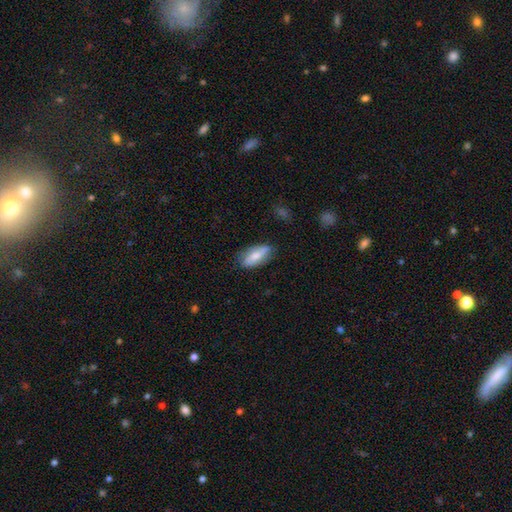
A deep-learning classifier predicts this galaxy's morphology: Q: Smooth or featured?
A: smooth (63%); runner-up: featured or disk (31%)
Q: How rounded?
A: in between (79%); runner-up: cigar-shaped (18%)
Q: Merging?
A: none (76%); runner-up: minor disturbance (19%)